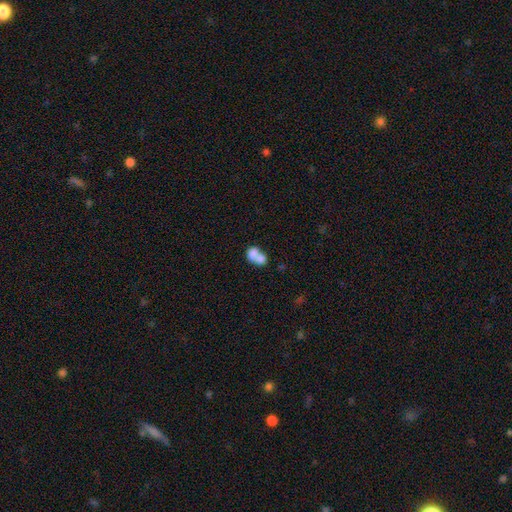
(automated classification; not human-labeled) smooth-or-featured: smooth: 72% | featured or disk: 19% | star or artifact: 8%
  how-rounded: in between: 51% | round: 47% | cigar-shaped: 1%
  merging: merger: 75% | none: 16% | minor disturbance: 5% | major disturbance: 4%